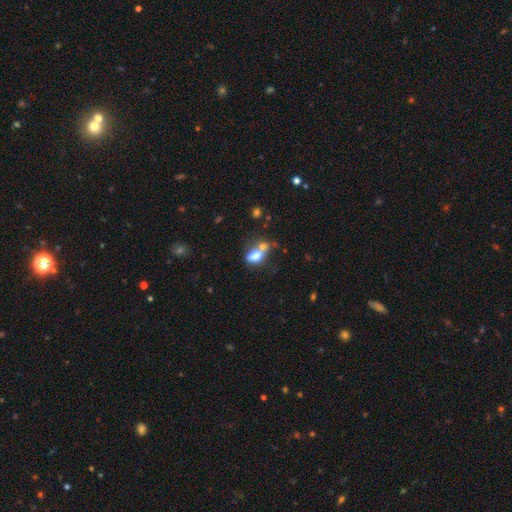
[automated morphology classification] Smooth or featured?
  - smooth: 73% *
  - featured or disk: 17%
  - star or artifact: 10%
How rounded?
  - in between: 78% *
  - round: 18%
  - cigar-shaped: 4%
Merging?
  - merger: 52% *
  - none: 28%
  - minor disturbance: 13%
  - major disturbance: 8%